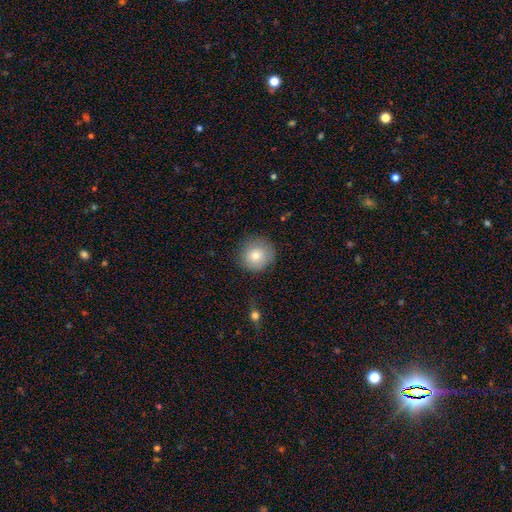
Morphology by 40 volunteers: smooth 78%, featured or disk 12%, star or artifact 10%. Down the decision tree: how rounded — round (84%); merging — none (86%).